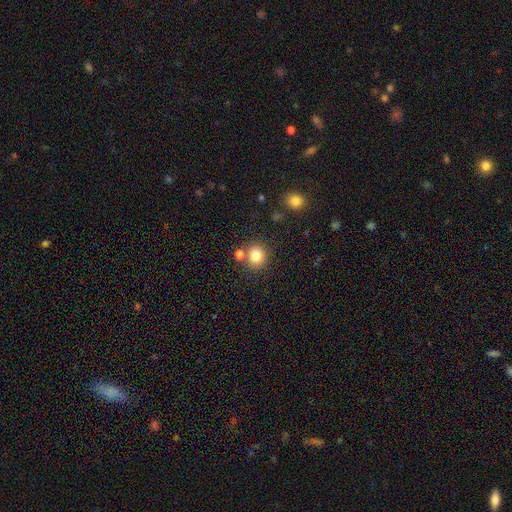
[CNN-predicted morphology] smooth-or-featured: smooth: 82% | star or artifact: 11% | featured or disk: 7%
  how-rounded: round: 88% | in between: 11% | cigar-shaped: 1%
  merging: none: 76% | merger: 12% | minor disturbance: 8% | major disturbance: 3%